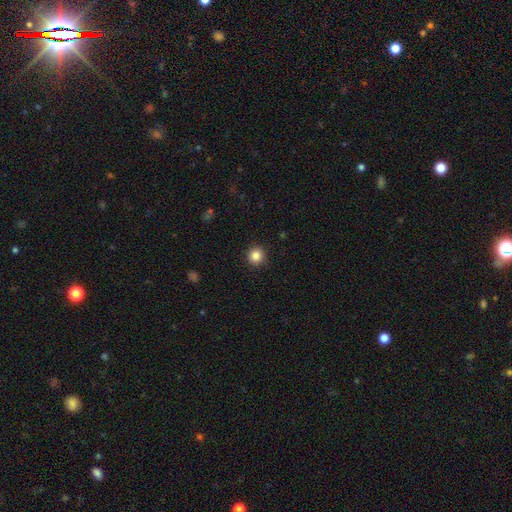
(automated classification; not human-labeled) Overall: smooth (85%). How rounded: round (95%). Merging: none (91%).